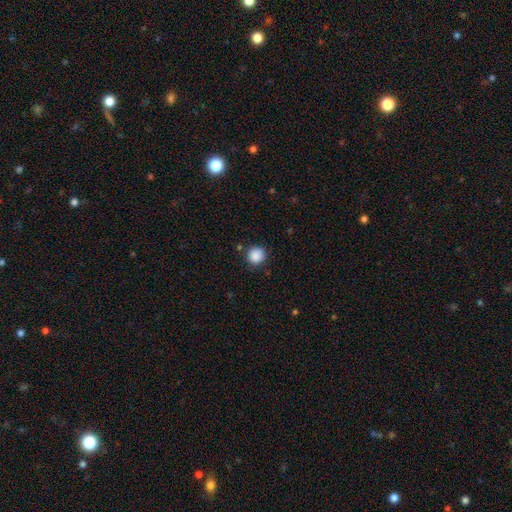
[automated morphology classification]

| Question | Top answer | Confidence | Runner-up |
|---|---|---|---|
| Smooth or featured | smooth | 88% | star or artifact (9%) |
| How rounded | round | 92% | in between (7%) |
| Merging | none | 85% | minor disturbance (10%) |